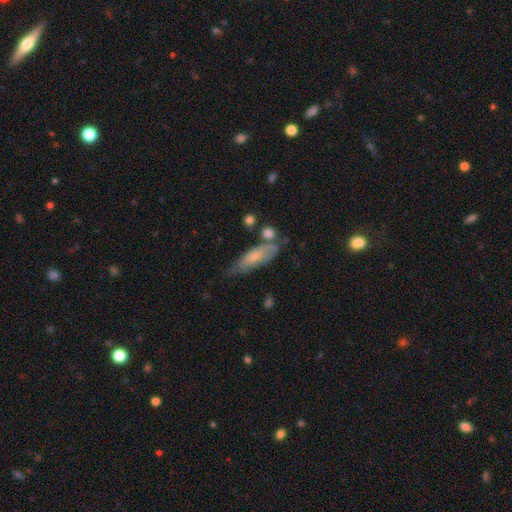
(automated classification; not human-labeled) Morphology: type=smooth (57%); roundness=in between (51%); merging=none (50%).